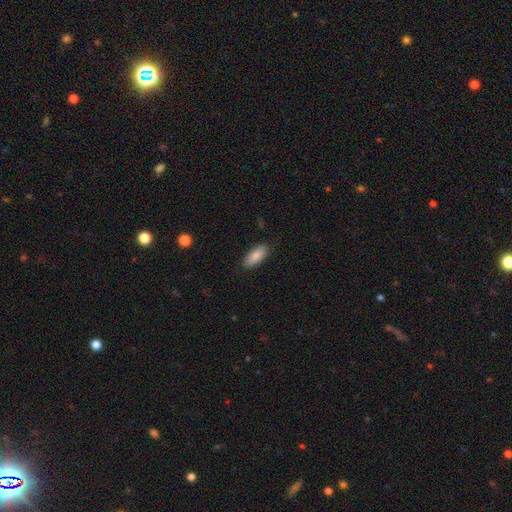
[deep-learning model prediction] The model was most divided on "how rounded": in between: 83%, cigar-shaped: 15%, round: 2%. More confident: smooth or featured — smooth (86%); merging — none (86%).